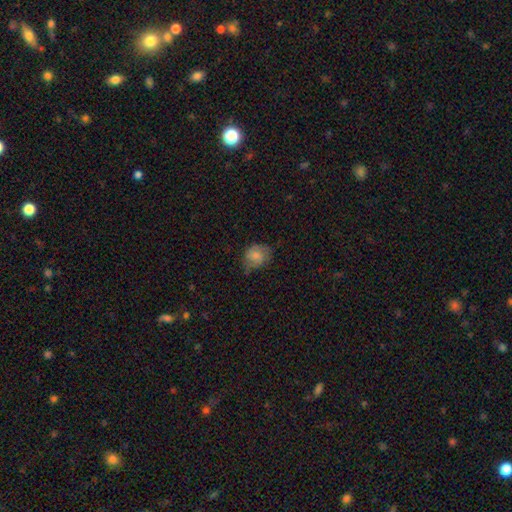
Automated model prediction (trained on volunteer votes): Smooth or featured? Predicted: smooth (p=0.74). How rounded? Predicted: round (p=0.54). Merging? Predicted: none (p=0.52).